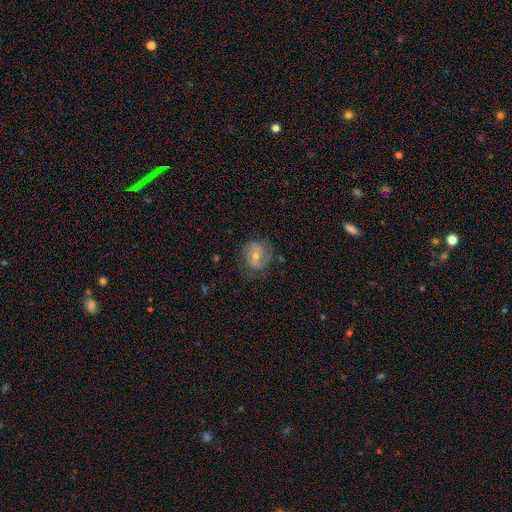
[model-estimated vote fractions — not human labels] Smooth or featured: featured or disk — 57% (smooth — 32%)
Edge-on disk: no — 96% (yes — 4%)
Bar: weak — 42% (no — 40%)
Spiral arms: yes — 76% (no — 24%)
Bulge size: moderate — 51% (small — 44%)
Merging: none — 73% (minor disturbance — 18%)